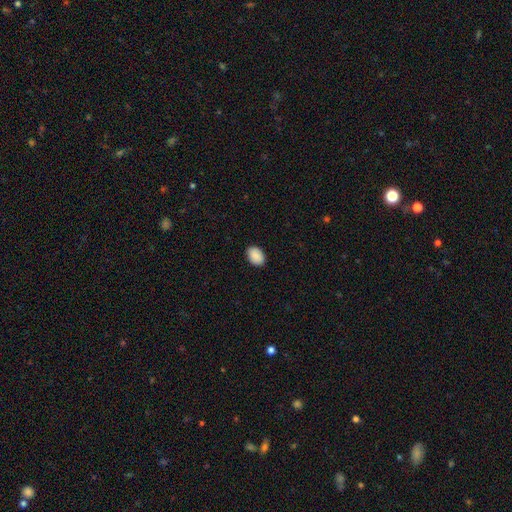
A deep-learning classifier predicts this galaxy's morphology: smooth-or-featured: smooth: 91% | star or artifact: 7% | featured or disk: 2%
  how-rounded: in between: 81% | round: 18% | cigar-shaped: 1%
  merging: none: 90% | minor disturbance: 8% | major disturbance: 2% | merger: 1%